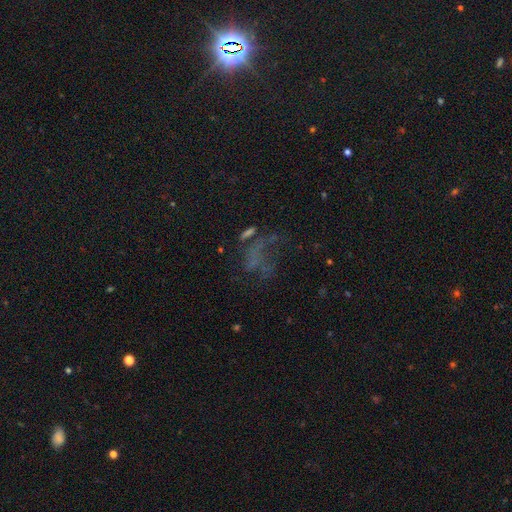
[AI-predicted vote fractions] The model was most divided on "smooth or featured": featured or disk: 42%, star or artifact: 35%, smooth: 23%. Remaining: merging — major disturbance (42%).